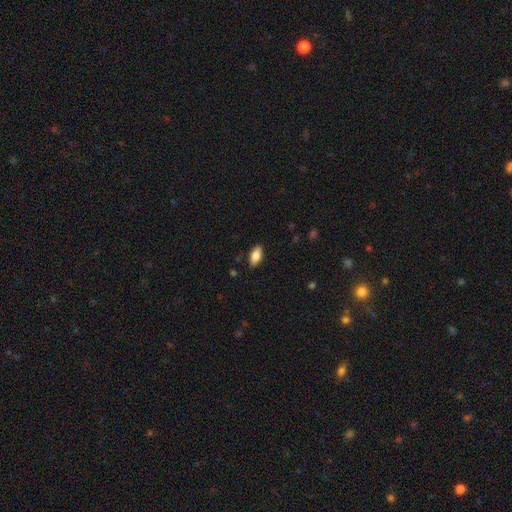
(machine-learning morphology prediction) smooth_or_featured: smooth (p=0.82) [alt: featured or disk p=0.12]
how_rounded: in between (p=0.88) [alt: cigar-shaped p=0.10]
merging: none (p=0.88) [alt: minor disturbance p=0.09]